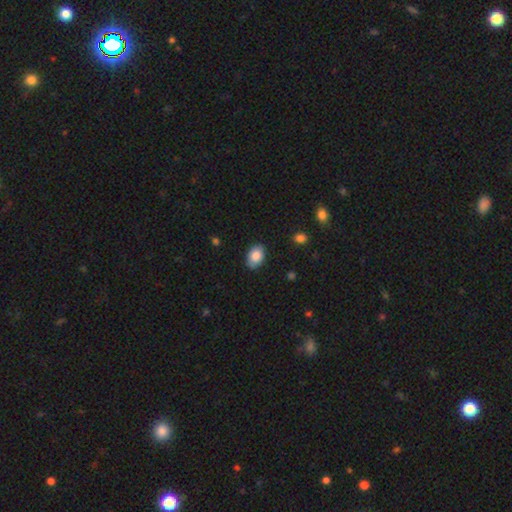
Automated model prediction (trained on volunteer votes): smooth_or_featured: smooth (p=0.86) [alt: featured or disk p=0.07]
how_rounded: in between (p=0.86) [alt: round p=0.13]
merging: none (p=0.85) [alt: minor disturbance p=0.12]